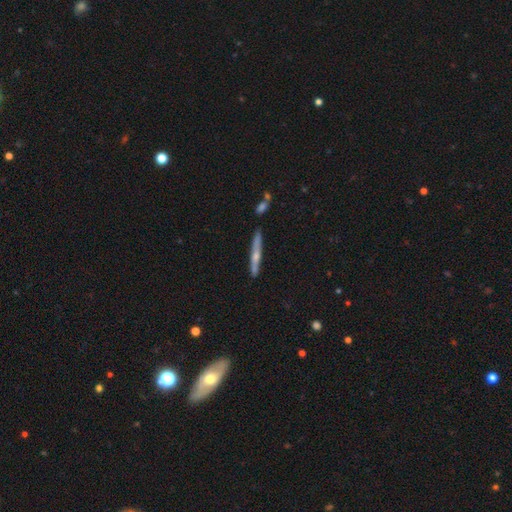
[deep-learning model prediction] smooth-or-featured: featured or disk: 56% | smooth: 38% | star or artifact: 6%
  disk-edge-on: yes: 94% | no: 6%
    edge-on-bulge: rounded: 70% | none: 24% | boxy: 5%
  merging: none: 83% | minor disturbance: 12% | merger: 3% | major disturbance: 2%